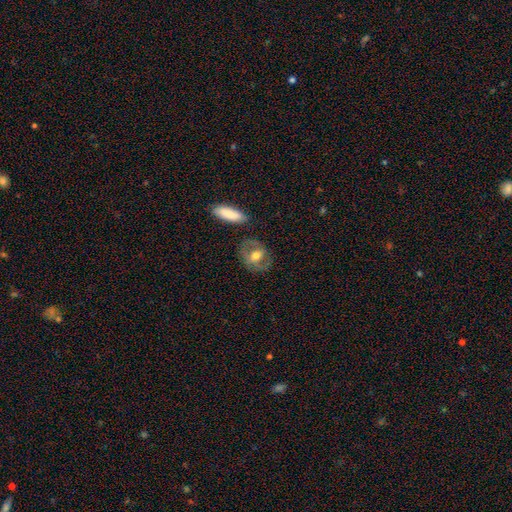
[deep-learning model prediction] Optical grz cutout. It shows a featured or disk galaxy (50%). Merging: none (74%).